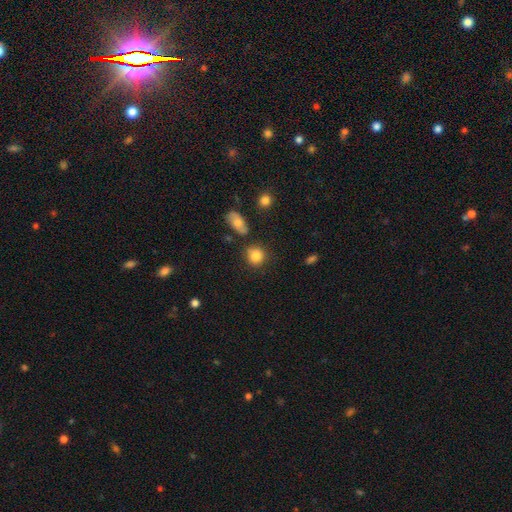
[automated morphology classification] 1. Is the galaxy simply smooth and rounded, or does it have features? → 84% smooth, 9% star or artifact, 7% featured or disk.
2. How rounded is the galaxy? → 81% round, 17% in between, 1% cigar-shaped.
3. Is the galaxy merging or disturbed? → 77% none, 13% minor disturbance, 7% merger, 4% major disturbance.